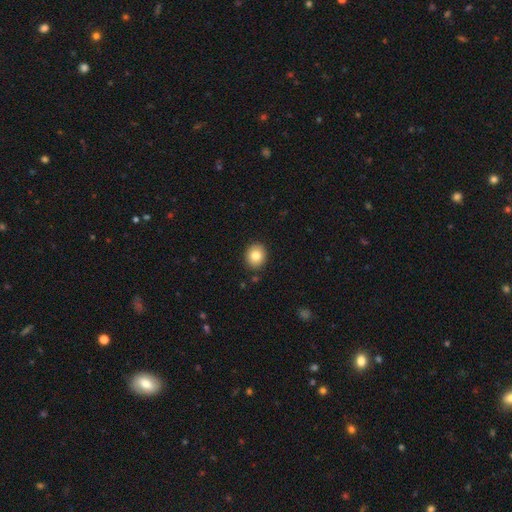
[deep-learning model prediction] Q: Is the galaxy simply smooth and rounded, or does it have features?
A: smooth — 81%.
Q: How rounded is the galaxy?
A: round — 75%.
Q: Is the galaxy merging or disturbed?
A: none — 89%.